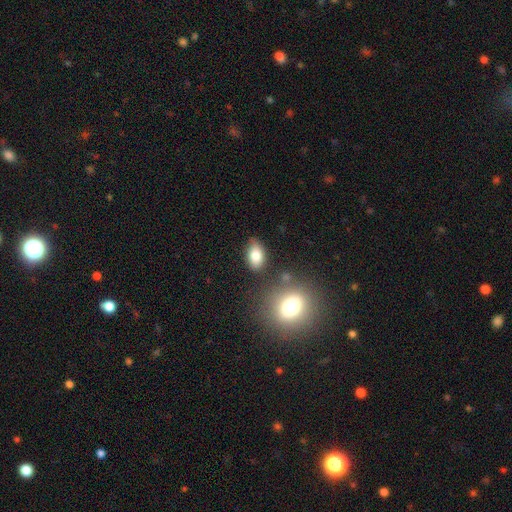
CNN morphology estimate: Overall: smooth (81%). How rounded: in between (87%). Merging: none (75%).